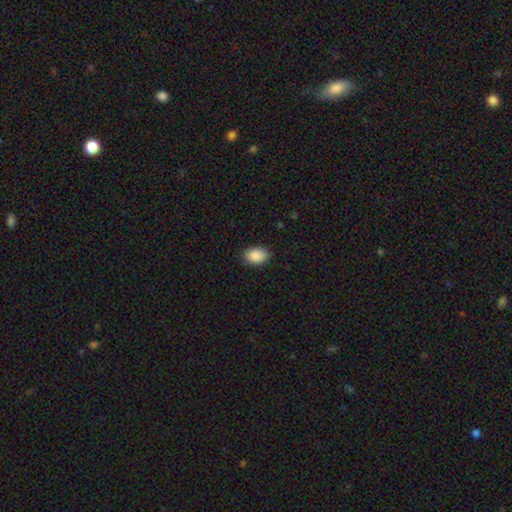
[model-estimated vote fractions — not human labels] Smooth or featured? smooth (90%)
How rounded? in between (86%)
Merging? none (86%)